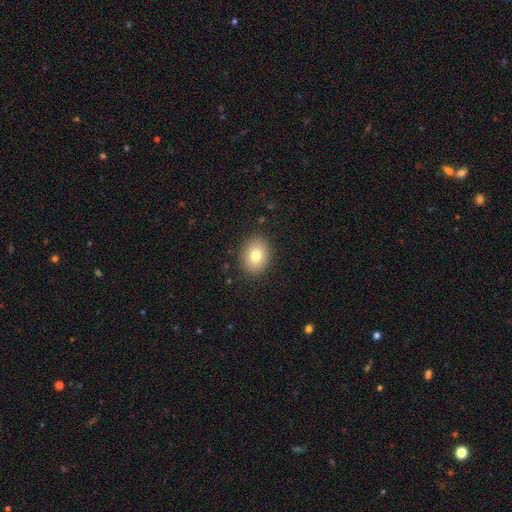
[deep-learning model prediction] Q: Smooth or featured?
A: smooth (78%); runner-up: featured or disk (12%)
Q: How rounded?
A: in between (55%); runner-up: round (44%)
Q: Merging?
A: none (88%); runner-up: minor disturbance (9%)